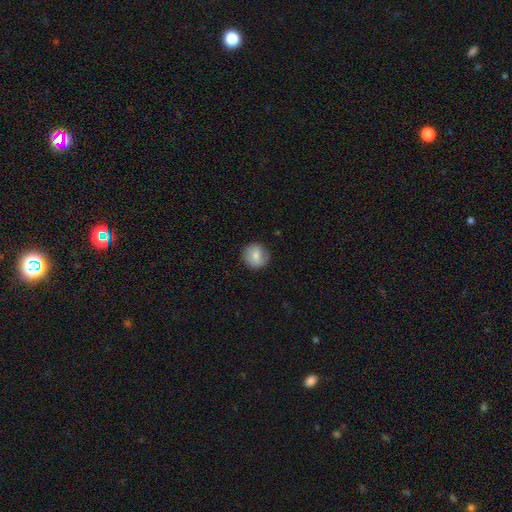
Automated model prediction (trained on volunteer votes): A smooth galaxy with no disk features (79%) that is round (92%). Merging: none (85%).